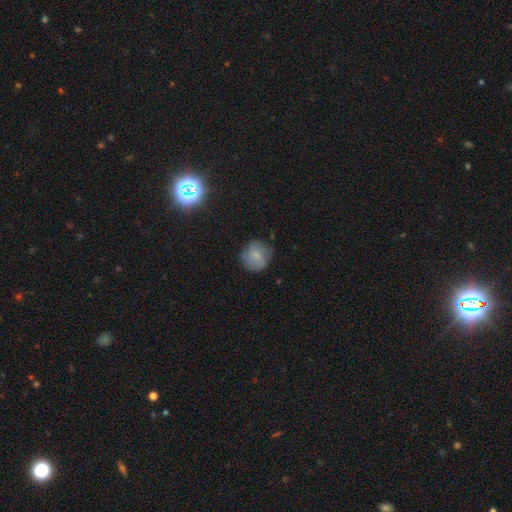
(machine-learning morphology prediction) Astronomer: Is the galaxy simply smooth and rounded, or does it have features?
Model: smooth — 76%.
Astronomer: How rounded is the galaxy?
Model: round — 86%.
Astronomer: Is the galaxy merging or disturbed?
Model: none — 73%.